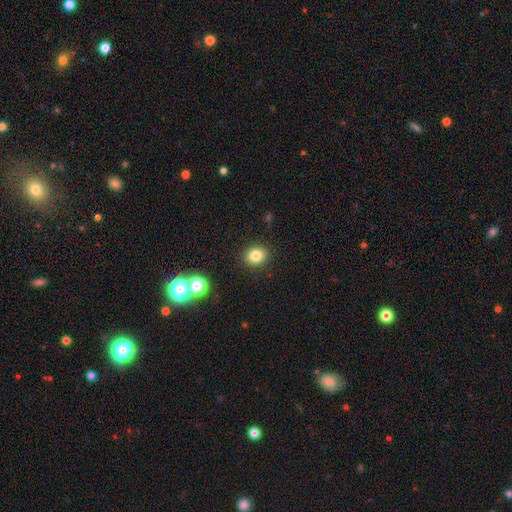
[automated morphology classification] Overall: smooth (81%). How rounded: round (67%; in between 32%). Merging: none (90%).